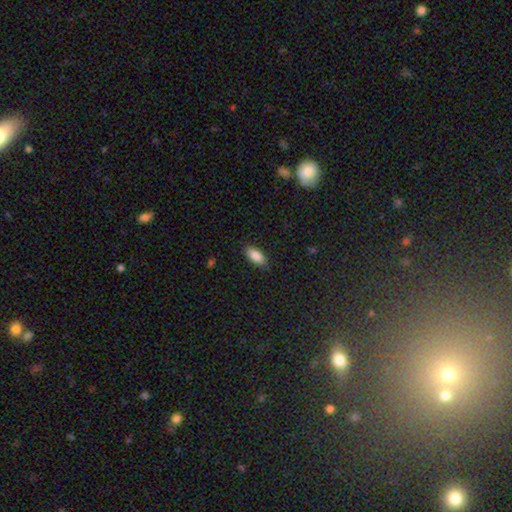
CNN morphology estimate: Smooth or featured? Predicted: smooth (p=0.88). How rounded? Predicted: in between (p=0.88). Merging? Predicted: none (p=0.86).